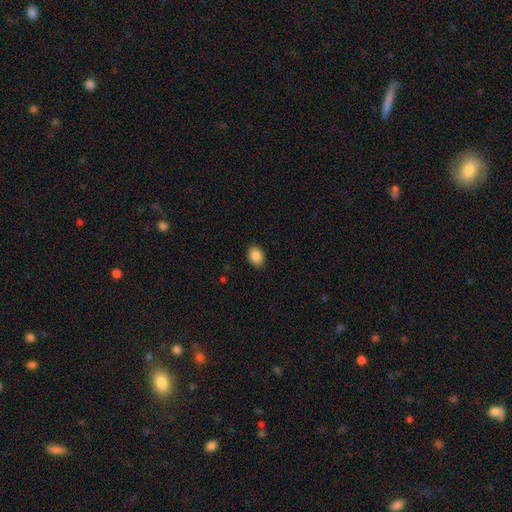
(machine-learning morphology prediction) smooth-or-featured: smooth: 87% | star or artifact: 8% | featured or disk: 5%
  how-rounded: in between: 74% | round: 25% | cigar-shaped: 1%
  merging: none: 89% | minor disturbance: 8% | major disturbance: 2% | merger: 1%